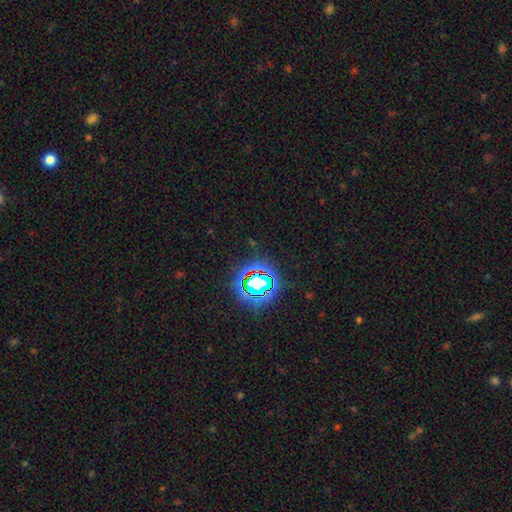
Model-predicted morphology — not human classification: Smooth or featured: star or artifact — 77% (smooth — 14%)